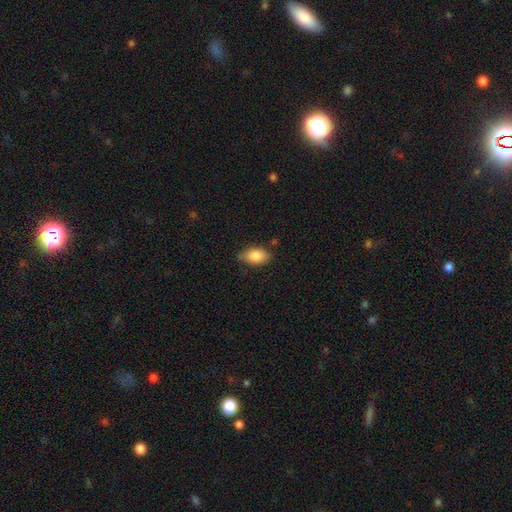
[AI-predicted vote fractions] This appears to be a smooth galaxy with no disk features (85%) that is in between round and cigar-shaped (90%). Merging: none (75%).